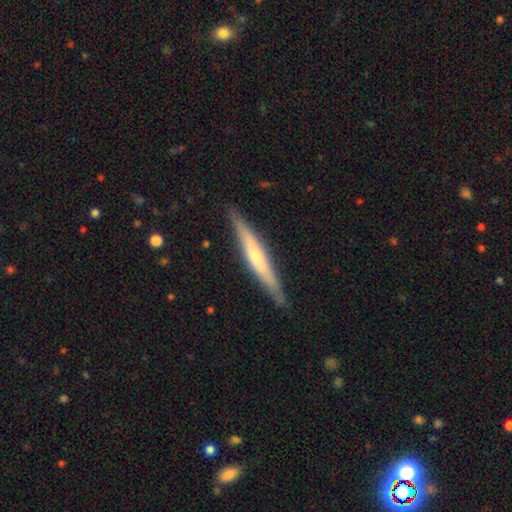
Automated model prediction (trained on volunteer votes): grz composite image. It shows a featured or disk galaxy (64%) viewed edge-on (95%) with a rounded central bulge (66%). Merging: none (88%).